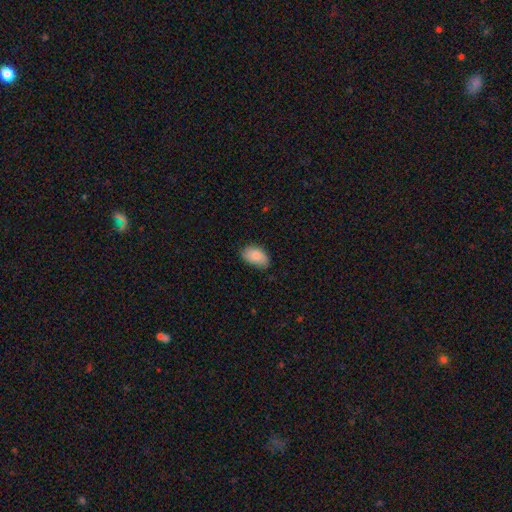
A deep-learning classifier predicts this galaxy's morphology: Smooth or featured?
  - smooth: 84% *
  - featured or disk: 10%
  - star or artifact: 7%
How rounded?
  - in between: 93% *
  - round: 5%
  - cigar-shaped: 1%
Merging?
  - none: 72% *
  - minor disturbance: 23%
  - major disturbance: 3%
  - merger: 1%